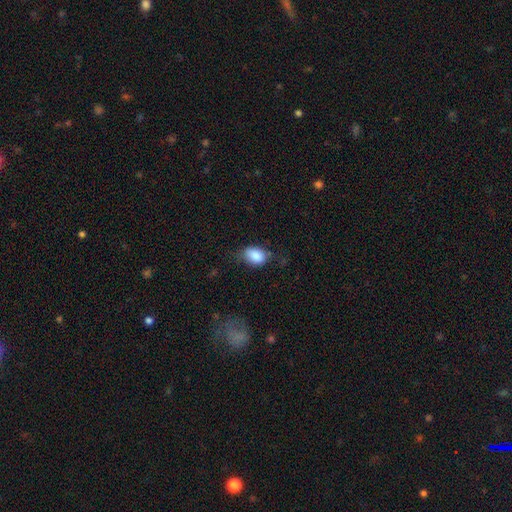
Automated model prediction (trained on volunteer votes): Overall: smooth (85%). How rounded: in between (76%). Merging: none (56%; minor disturbance 32%).